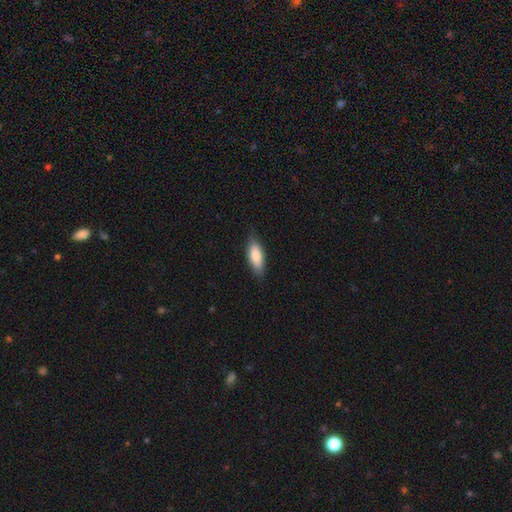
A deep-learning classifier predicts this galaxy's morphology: Q: Smooth or featured?
A: smooth (81%); runner-up: featured or disk (14%)
Q: How rounded?
A: in between (72%); runner-up: cigar-shaped (26%)
Q: Merging?
A: none (80%); runner-up: minor disturbance (16%)